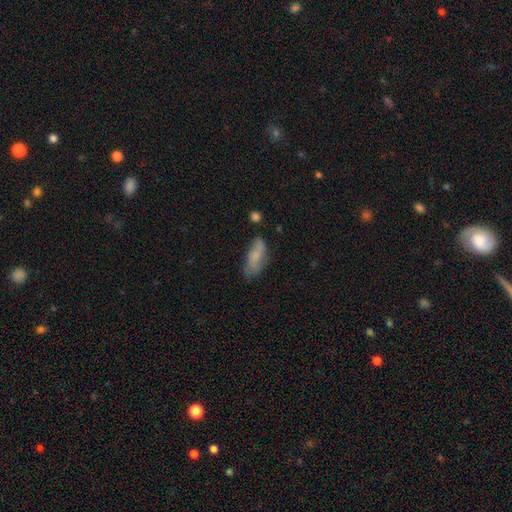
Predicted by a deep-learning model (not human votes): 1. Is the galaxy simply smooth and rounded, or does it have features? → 72% smooth, 20% featured or disk, 7% star or artifact.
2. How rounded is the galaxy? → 69% in between, 29% cigar-shaped, 2% round.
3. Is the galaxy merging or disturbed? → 58% none, 28% minor disturbance, 9% major disturbance, 5% merger.